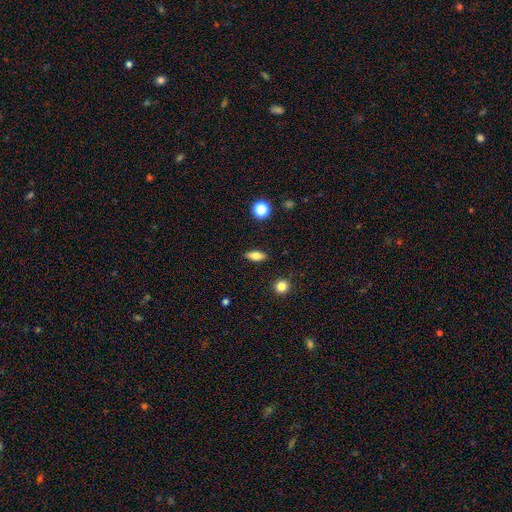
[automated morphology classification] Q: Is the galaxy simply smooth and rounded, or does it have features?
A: smooth — 80%.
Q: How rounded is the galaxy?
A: in between — 78%.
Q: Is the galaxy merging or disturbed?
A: none — 88%.